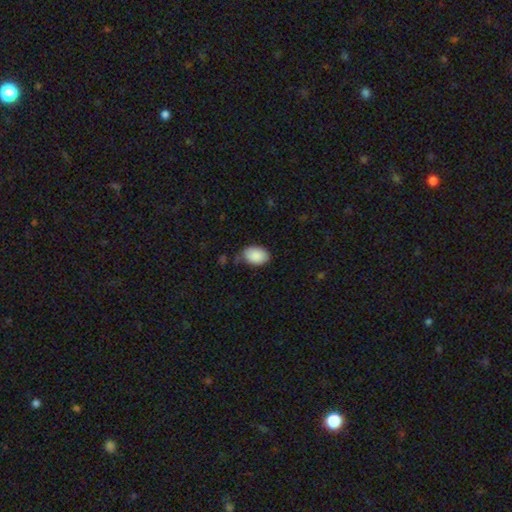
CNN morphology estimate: This appears to be a smooth galaxy with no disk features (90%) that is in between round and cigar-shaped (86%). Merging: none (76%).